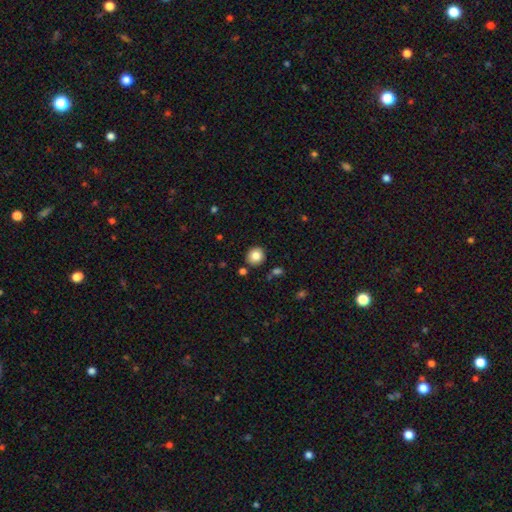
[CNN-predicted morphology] Overall: smooth (84%). How rounded: round (91%). Merging: none (87%).